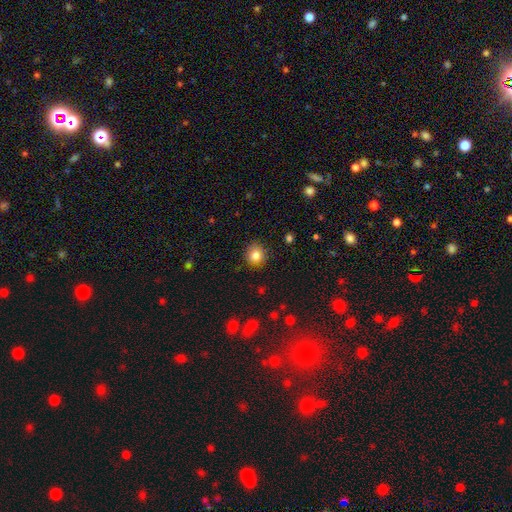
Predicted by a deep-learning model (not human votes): This is clearly a smooth galaxy (84%). How rounded: clearly round (86%). Merging: clearly none (87%).